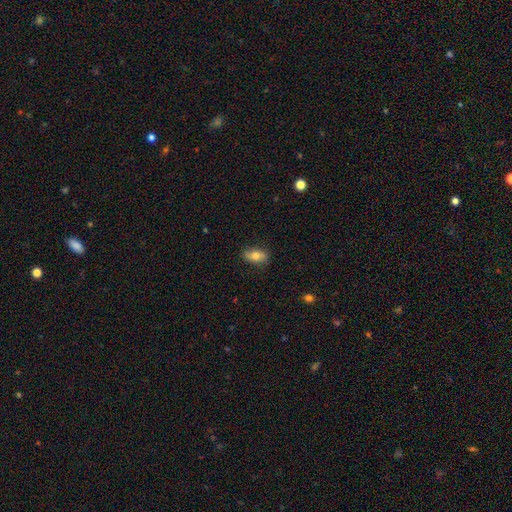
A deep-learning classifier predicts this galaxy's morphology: smooth 69%, featured or disk 23%, star or artifact 8%. Down the decision tree: how rounded — in between (86%); merging — none (82%).